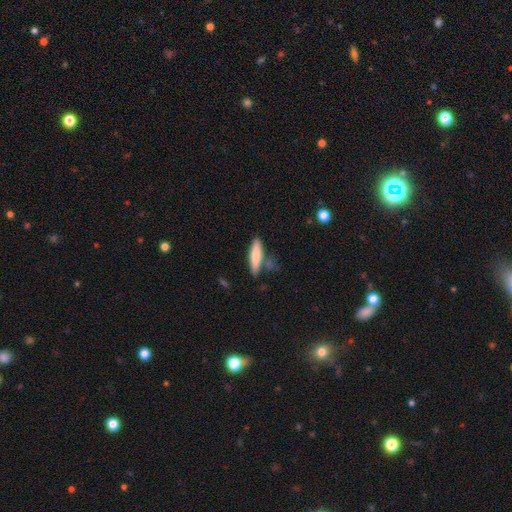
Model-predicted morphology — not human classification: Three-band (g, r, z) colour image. It shows a smooth galaxy with no disk features (72%) that is cigar-shaped (79%). Merging: none (75%).